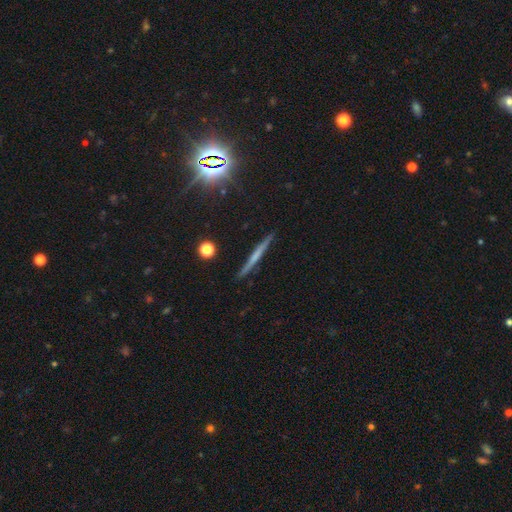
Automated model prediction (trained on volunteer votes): This appears to be a featured or disk galaxy (52%) viewed edge-on (97%). Merging: none (90%).